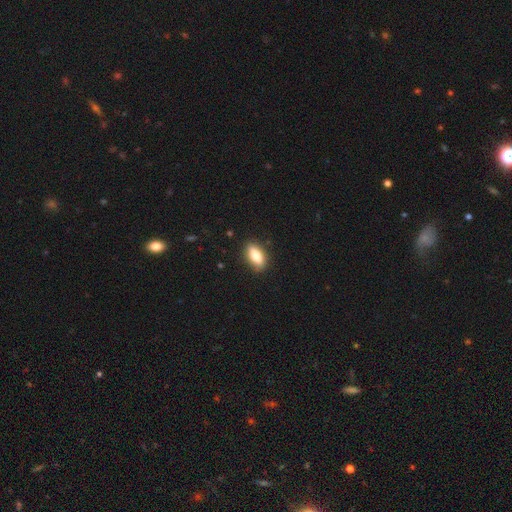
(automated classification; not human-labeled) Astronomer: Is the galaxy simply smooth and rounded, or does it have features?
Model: smooth — 76%.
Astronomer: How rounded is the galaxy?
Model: in between — 81%.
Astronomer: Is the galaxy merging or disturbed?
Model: none — 86%.